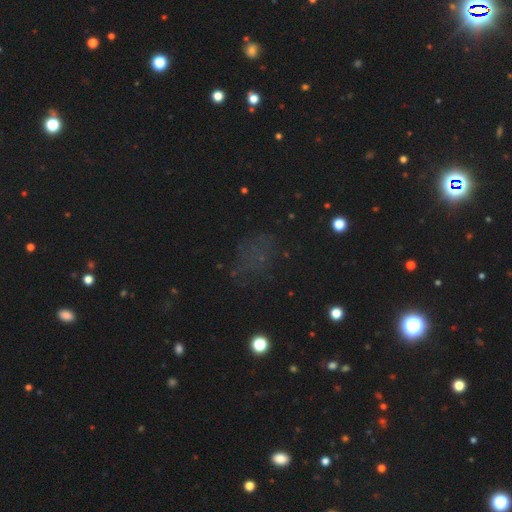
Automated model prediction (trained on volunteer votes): A star or artifact, not a galaxy (44%).